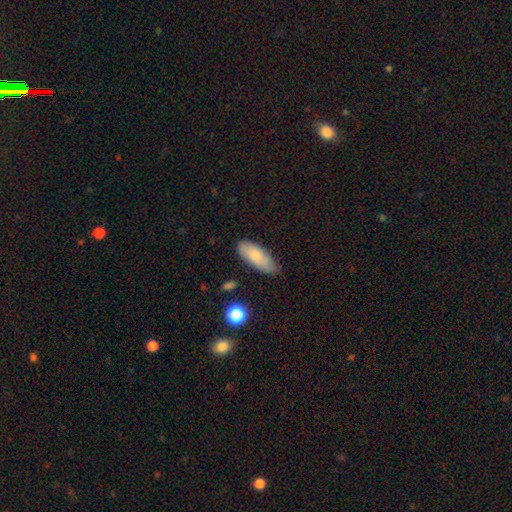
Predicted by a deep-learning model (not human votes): A smooth galaxy with no disk features (79%) that is in between round and cigar-shaped (77%).

Vote fractions:
- Smooth or featured? smooth: 79% / featured or disk: 15% / star or artifact: 6%
- How rounded? in between: 77% / cigar-shaped: 21% / round: 2%
- Merging? none: 71% / minor disturbance: 24% / major disturbance: 4% / merger: 2%